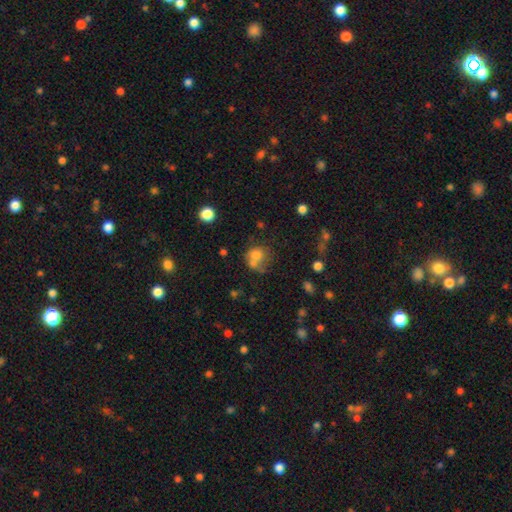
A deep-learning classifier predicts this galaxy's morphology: smooth_or_featured: smooth (p=0.72) [alt: featured or disk p=0.15]
how_rounded: round (p=0.74) [alt: in between p=0.25]
merging: none (p=0.39) [alt: merger p=0.37]